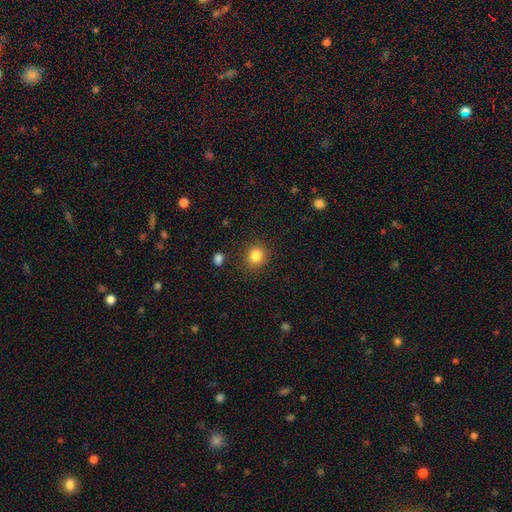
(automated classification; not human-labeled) Q: Smooth or featured?
A: smooth (84%); runner-up: star or artifact (11%)
Q: How rounded?
A: round (82%); runner-up: in between (17%)
Q: Merging?
A: none (88%); runner-up: minor disturbance (8%)